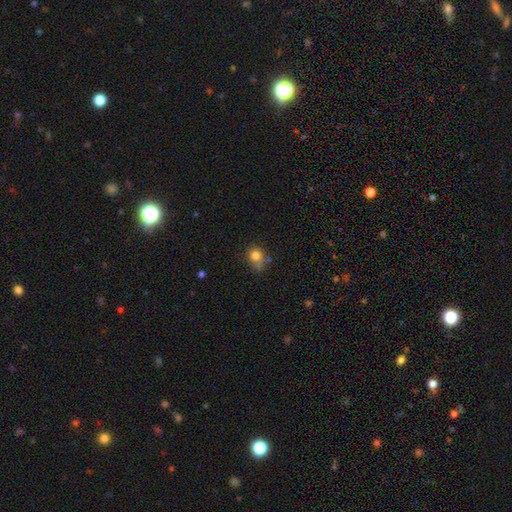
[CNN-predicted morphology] smooth-or-featured: smooth: 80% | star or artifact: 11% | featured or disk: 9%
  how-rounded: round: 65% | in between: 34% | cigar-shaped: 1%
  merging: none: 48% | minor disturbance: 32% | major disturbance: 12% | merger: 9%